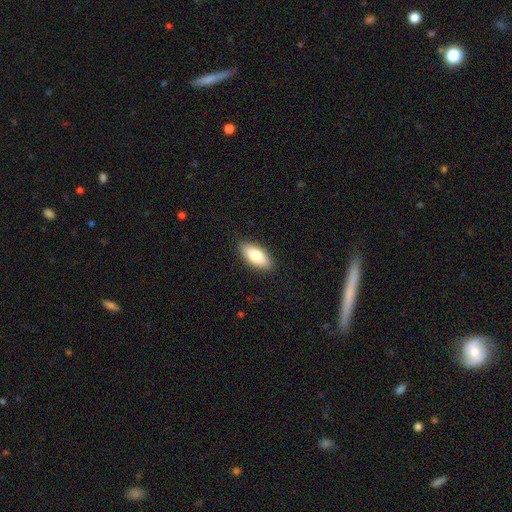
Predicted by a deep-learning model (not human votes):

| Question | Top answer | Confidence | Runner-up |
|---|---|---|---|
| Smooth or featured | smooth | 80% | featured or disk (14%) |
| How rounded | in between | 82% | cigar-shaped (16%) |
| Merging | none | 89% | minor disturbance (8%) |